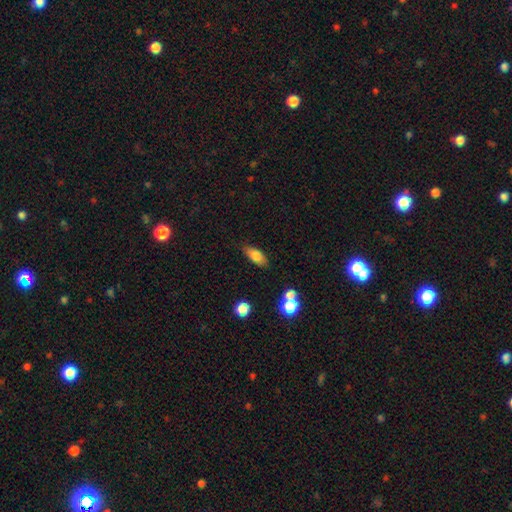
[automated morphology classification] Smooth or featured: smooth — 79% (featured or disk — 12%)
How rounded: in between — 80% (cigar-shaped — 15%)
Merging: none — 76% (minor disturbance — 15%)